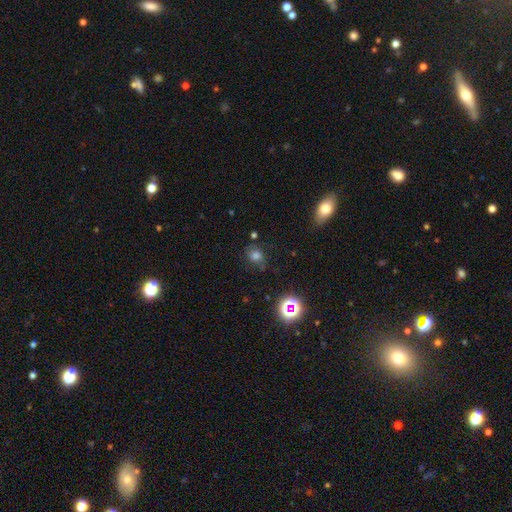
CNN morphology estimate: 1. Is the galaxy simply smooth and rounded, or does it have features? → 64% smooth, 23% star or artifact, 13% featured or disk.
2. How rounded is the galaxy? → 53% round, 46% in between, 1% cigar-shaped.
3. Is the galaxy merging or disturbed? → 66% none, 22% minor disturbance, 8% major disturbance, 4% merger.